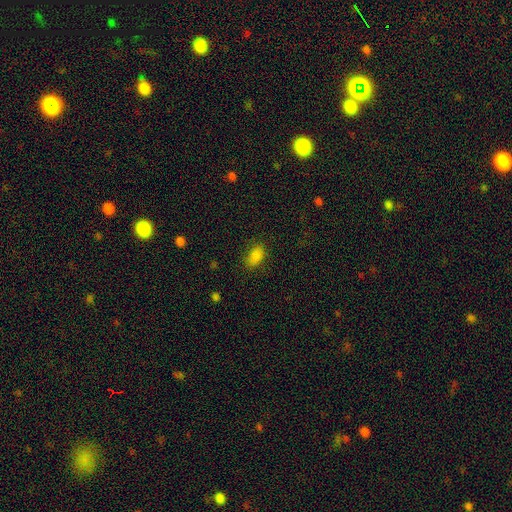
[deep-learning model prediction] Smooth or featured? smooth (84%)
How rounded? in between (90%)
Merging? none (80%)